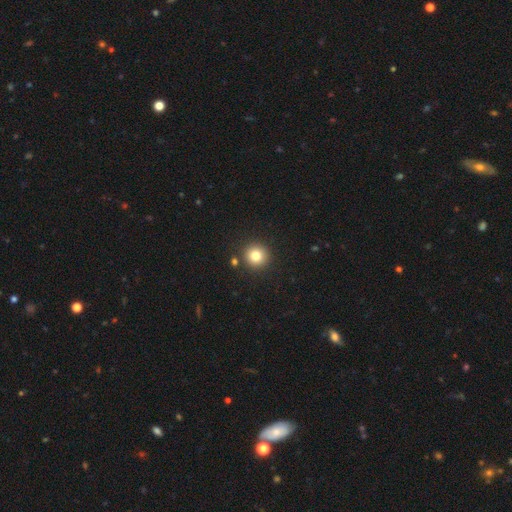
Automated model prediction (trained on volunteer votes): Smooth or featured? Predicted: smooth (p=0.81). How rounded? Predicted: round (p=0.95). Merging? Predicted: none (p=0.89).